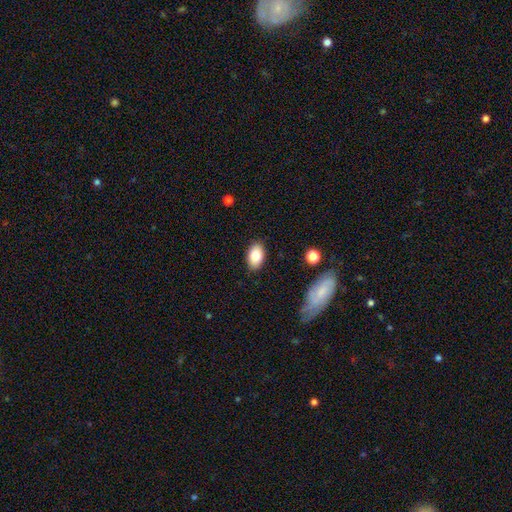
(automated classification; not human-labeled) smooth-or-featured: smooth: 83% | featured or disk: 10% | star or artifact: 7%
  how-rounded: in between: 91% | round: 8% | cigar-shaped: 1%
  merging: none: 86% | minor disturbance: 10% | major disturbance: 2% | merger: 1%